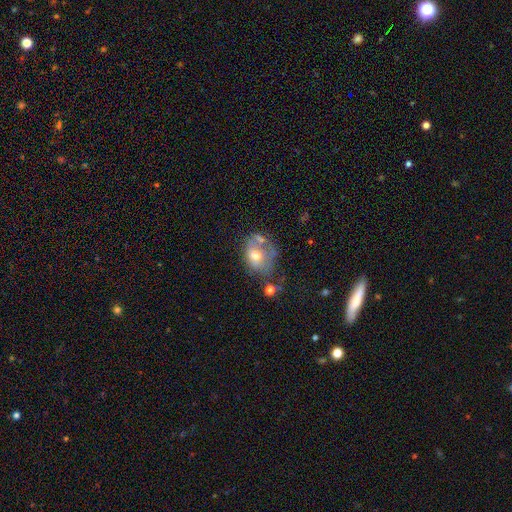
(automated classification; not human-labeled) Overall: smooth (53%; featured or disk 37%). How rounded: in between (61%; round 38%). Merging: major disturbance (28%; none 25%).